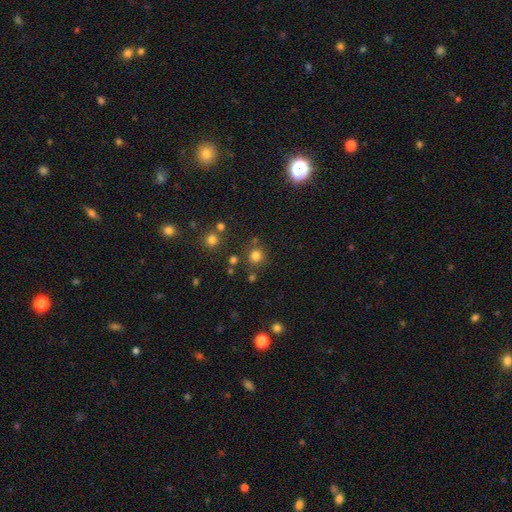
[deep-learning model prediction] A smooth galaxy with no disk features (77%) that is round (90%).

Vote fractions:
- Smooth or featured? smooth: 77% / star or artifact: 17% / featured or disk: 5%
- How rounded? round: 90% / in between: 9% / cigar-shaped: 1%
- Merging? none: 81% / minor disturbance: 9% / merger: 7% / major disturbance: 3%